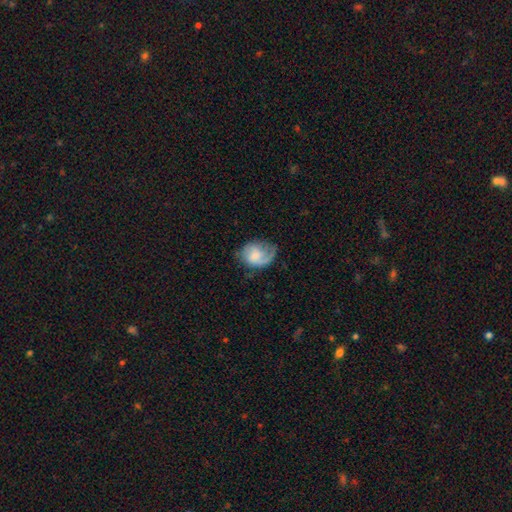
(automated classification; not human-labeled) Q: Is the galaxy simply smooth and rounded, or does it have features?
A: smooth — 48%.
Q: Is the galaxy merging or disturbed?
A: none — 45%.